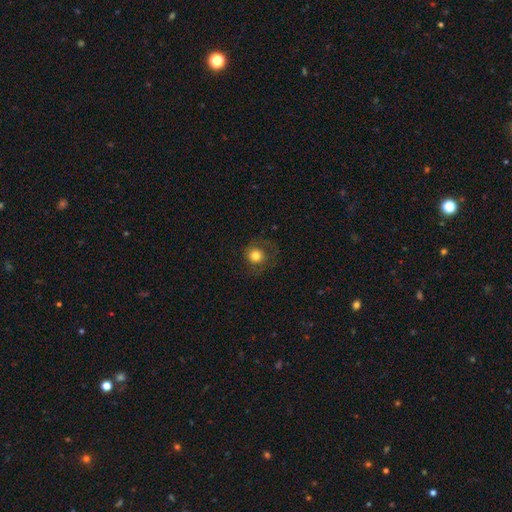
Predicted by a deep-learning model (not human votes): smooth-or-featured: smooth: 72% | featured or disk: 18% | star or artifact: 10%
  how-rounded: round: 88% | in between: 11% | cigar-shaped: 1%
  merging: none: 67% | minor disturbance: 17% | major disturbance: 15% | merger: 1%